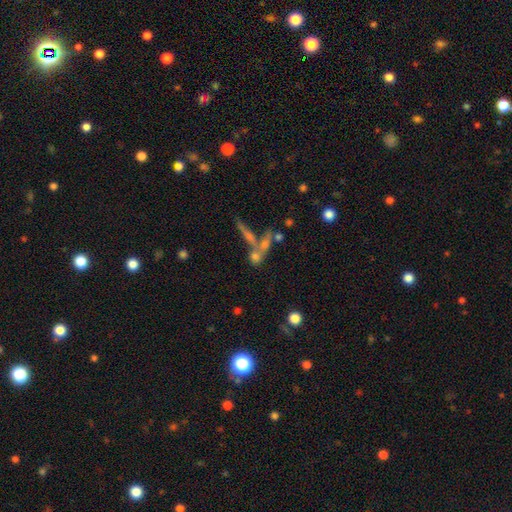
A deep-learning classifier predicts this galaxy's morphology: Smooth or featured? Predicted: smooth (p=0.53). How rounded? Predicted: in between (p=0.36). Merging? Predicted: merger (p=0.45).